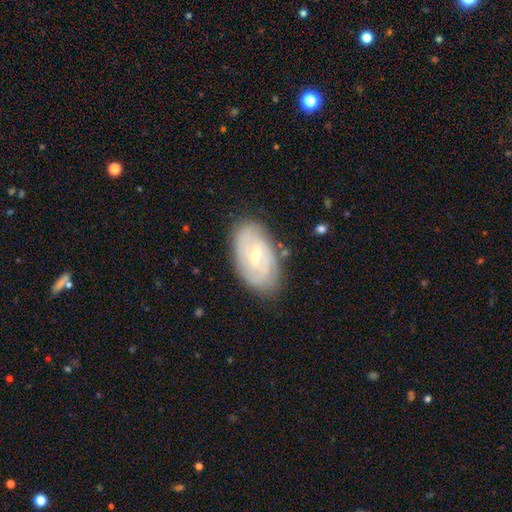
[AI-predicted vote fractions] Q: Smooth or featured?
A: featured or disk (75%); runner-up: smooth (19%)
Q: Edge-on disk?
A: no (95%); runner-up: yes (5%)
Q: Bar?
A: weak (52%); runner-up: no (29%)
Q: Spiral arms?
A: yes (84%); runner-up: no (16%)
Q: Spiral winding?
A: tight (59%); runner-up: medium (31%)
Q: Spiral arm count?
A: 2 (43%); runner-up: can't tell (36%)
Q: Bulge size?
A: small (67%); runner-up: moderate (30%)
Q: Merging?
A: none (80%); runner-up: minor disturbance (15%)